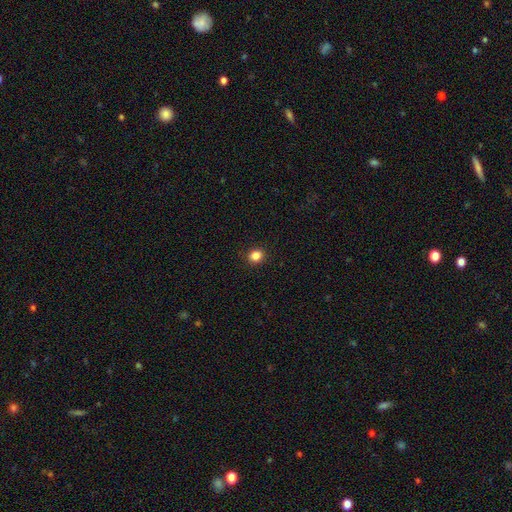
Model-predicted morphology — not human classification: A smooth galaxy with no disk features (84%) that is round (79%).

Vote fractions:
- Smooth or featured? smooth: 84% / star or artifact: 12% / featured or disk: 4%
- How rounded? round: 79% / in between: 20% / cigar-shaped: 1%
- Merging? none: 92% / minor disturbance: 6% / major disturbance: 2% / merger: 1%